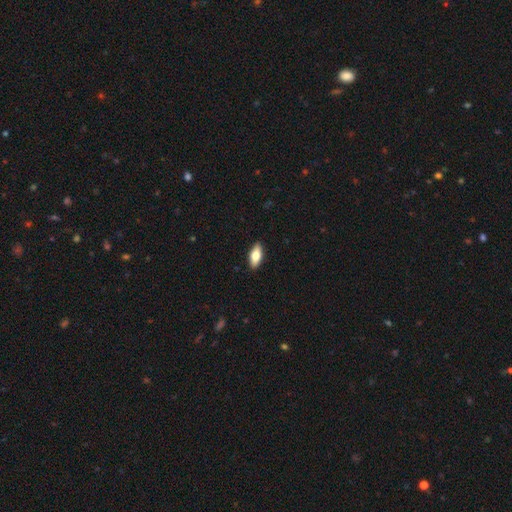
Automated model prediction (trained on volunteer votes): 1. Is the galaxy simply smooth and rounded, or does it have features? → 73% smooth, 20% featured or disk, 6% star or artifact.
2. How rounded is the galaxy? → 81% in between, 17% cigar-shaped, 3% round.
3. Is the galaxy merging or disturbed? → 90% none, 8% minor disturbance, 2% major disturbance, 1% merger.